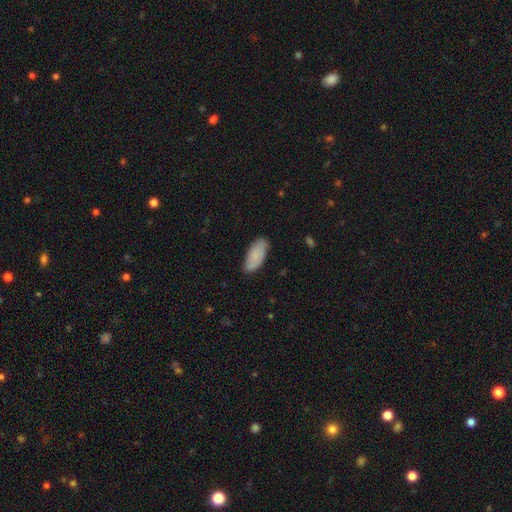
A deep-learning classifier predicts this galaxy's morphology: Smooth or featured? Predicted: smooth (p=0.82). How rounded? Predicted: in between (p=0.86). Merging? Predicted: none (p=0.81).